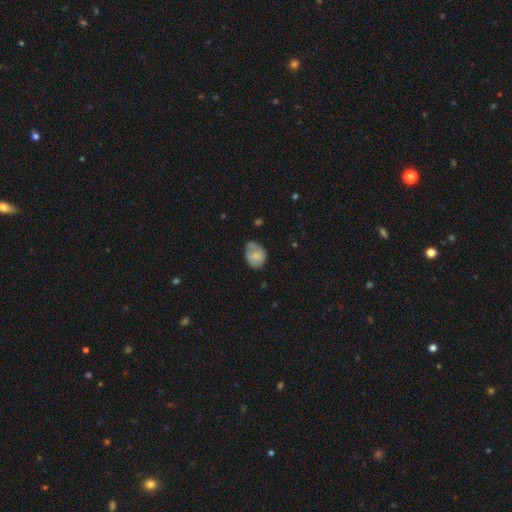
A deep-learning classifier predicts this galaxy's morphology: Overall: smooth (72%). How rounded: in between (60%; round 39%). Merging: none (47%; minor disturbance 40%).